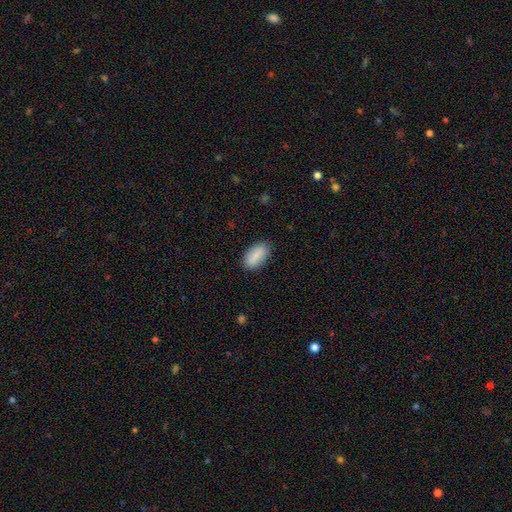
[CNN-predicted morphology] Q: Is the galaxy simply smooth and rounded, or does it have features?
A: smooth — 86%.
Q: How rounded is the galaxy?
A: in between — 92%.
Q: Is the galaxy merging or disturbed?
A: none — 84%.